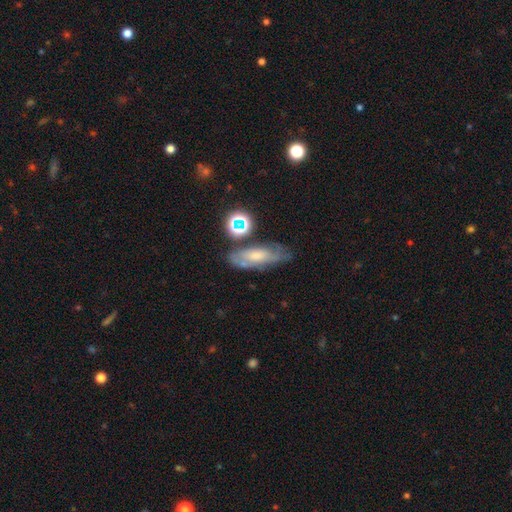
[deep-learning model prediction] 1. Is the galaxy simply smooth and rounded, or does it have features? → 48% featured or disk, 36% smooth, 15% star or artifact.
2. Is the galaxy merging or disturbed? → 61% none, 22% minor disturbance, 9% major disturbance, 8% merger.